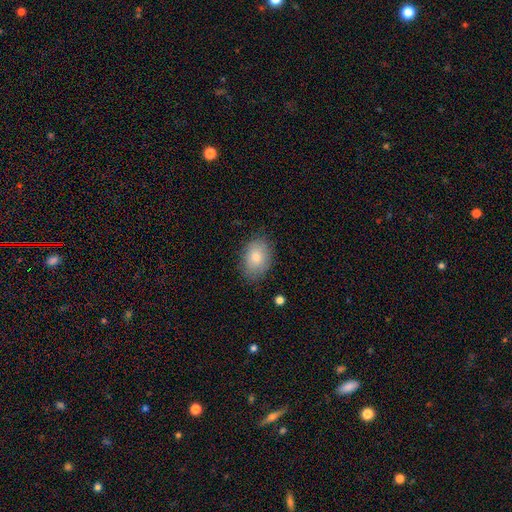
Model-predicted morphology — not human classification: smooth-or-featured: smooth: 78% | featured or disk: 14% | star or artifact: 8%
  how-rounded: in between: 81% | round: 18% | cigar-shaped: 1%
  merging: none: 83% | minor disturbance: 13% | major disturbance: 3% | merger: 1%